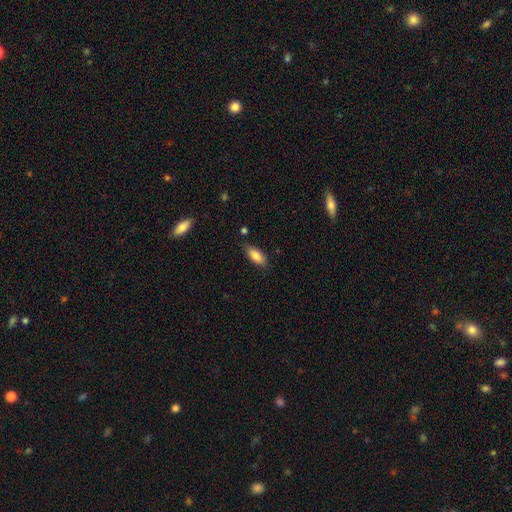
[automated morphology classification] Q: Smooth or featured?
A: smooth (84%); runner-up: featured or disk (9%)
Q: How rounded?
A: in between (83%); runner-up: cigar-shaped (15%)
Q: Merging?
A: none (80%); runner-up: minor disturbance (15%)